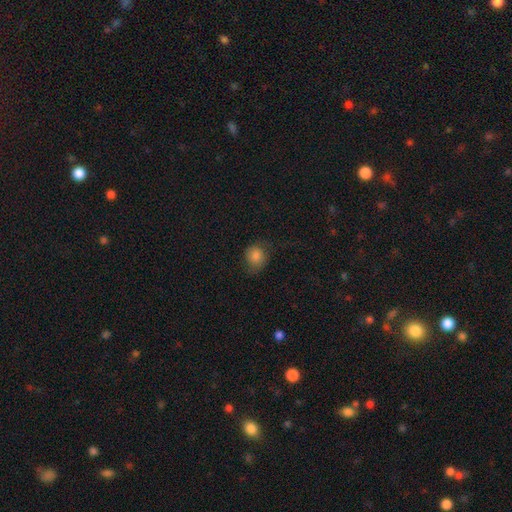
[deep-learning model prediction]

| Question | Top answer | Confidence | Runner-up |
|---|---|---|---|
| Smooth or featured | smooth | 79% | featured or disk (12%) |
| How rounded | round | 80% | in between (19%) |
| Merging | none | 63% | minor disturbance (24%) |